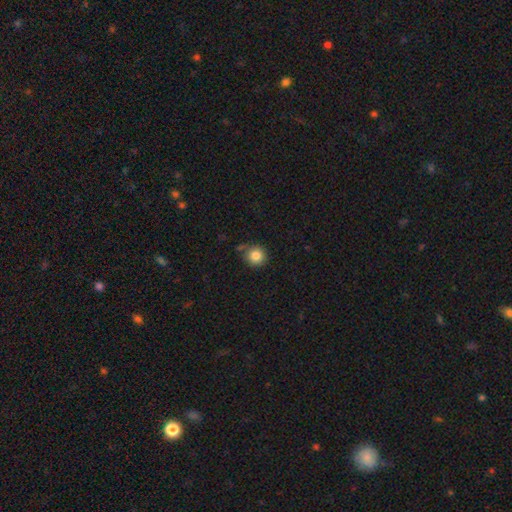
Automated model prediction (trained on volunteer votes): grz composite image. It shows a smooth galaxy with no disk features (84%) that is round (94%). Merging: none (75%).